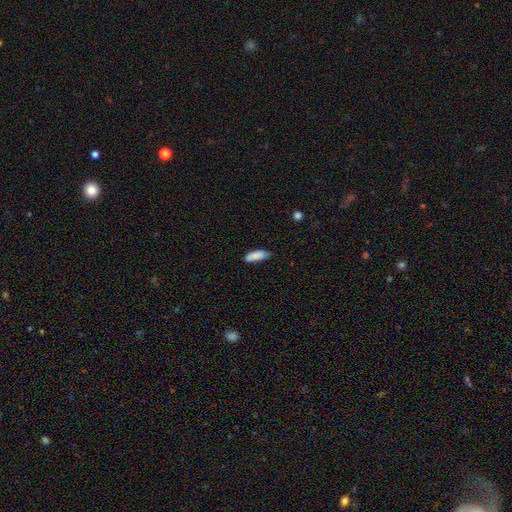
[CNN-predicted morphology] Smooth or featured?
  - smooth: 87% *
  - star or artifact: 7%
  - featured or disk: 6%
How rounded?
  - in between: 72% *
  - cigar-shaped: 26%
  - round: 2%
Merging?
  - none: 70% *
  - minor disturbance: 24%
  - major disturbance: 4%
  - merger: 2%